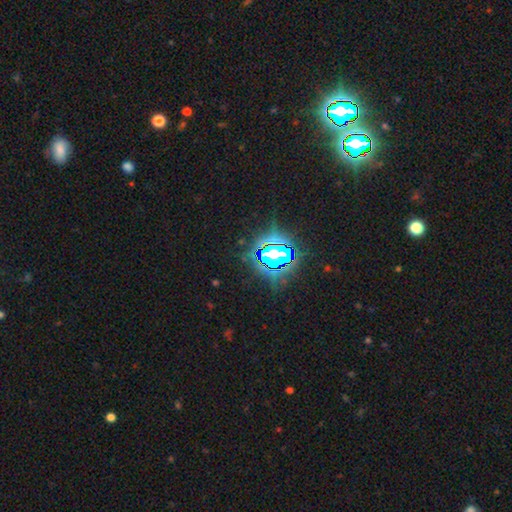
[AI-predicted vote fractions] Morphology: type=star or artifact (83%).